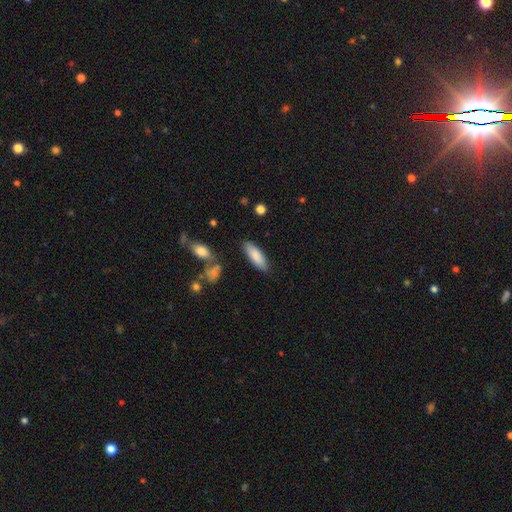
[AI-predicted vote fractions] smooth 86%, featured or disk 8%, star or artifact 6%. Down the decision tree: how rounded — in between (60%); merging — none (84%).